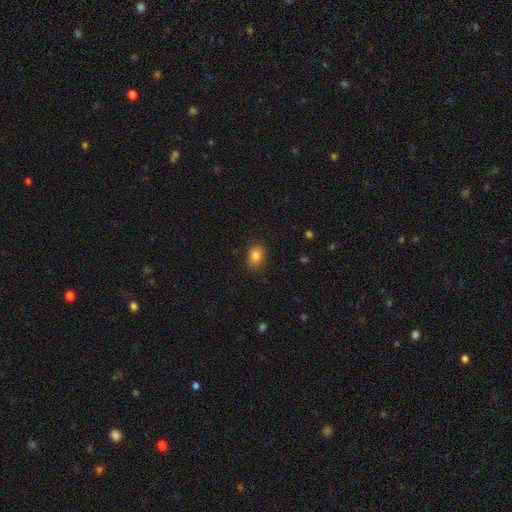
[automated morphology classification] Smooth or featured?
  - smooth: 83% *
  - star or artifact: 11%
  - featured or disk: 6%
How rounded?
  - in between: 73% *
  - round: 26%
  - cigar-shaped: 1%
Merging?
  - none: 88% *
  - minor disturbance: 9%
  - major disturbance: 2%
  - merger: 1%